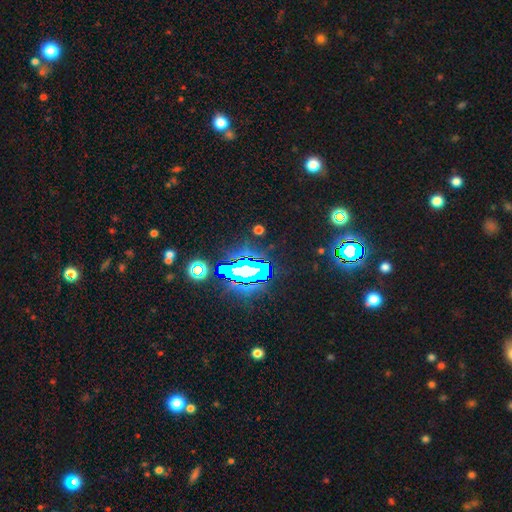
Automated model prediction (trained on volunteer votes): Q: Smooth or featured?
A: star or artifact (76%); runner-up: smooth (15%)